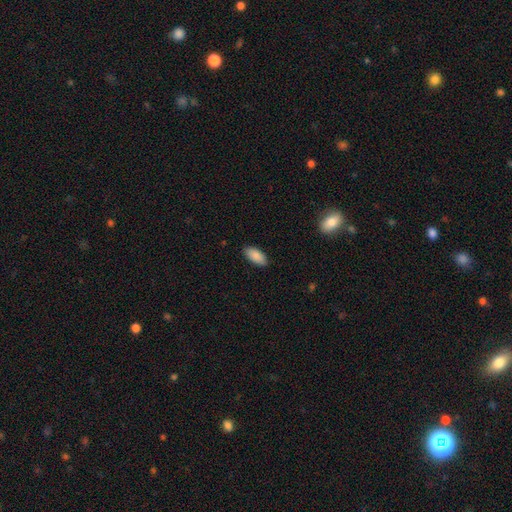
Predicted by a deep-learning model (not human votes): smooth 88%, star or artifact 6%, featured or disk 6%. Down the decision tree: how rounded — in between (91%); merging — none (87%).